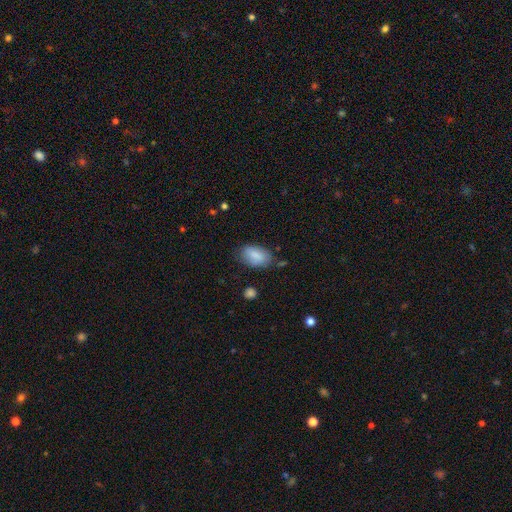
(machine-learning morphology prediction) smooth 85%, featured or disk 9%, star or artifact 7%. Down the decision tree: how rounded — in between (93%); merging — none (70%).